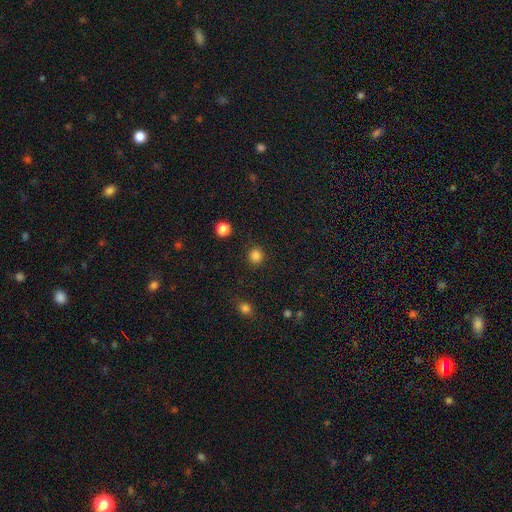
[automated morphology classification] Q: Smooth or featured?
A: smooth (85%); runner-up: star or artifact (12%)
Q: How rounded?
A: round (91%); runner-up: in between (8%)
Q: Merging?
A: none (90%); runner-up: minor disturbance (6%)